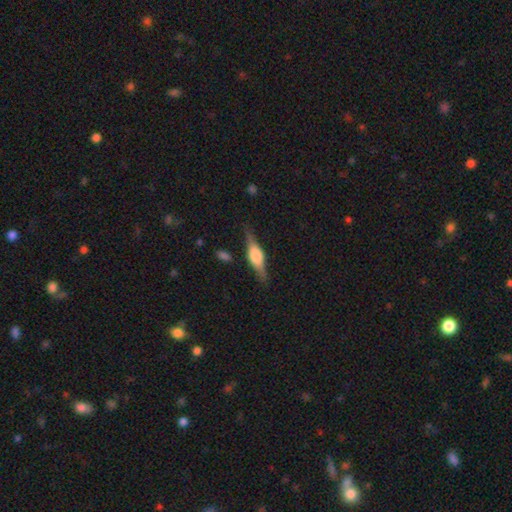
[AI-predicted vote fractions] Smooth or featured? Predicted: featured or disk (p=0.63). Edge-on disk? Predicted: yes (p=0.95). Edge-on bulge? Predicted: rounded (p=0.78). Merging? Predicted: none (p=0.81).